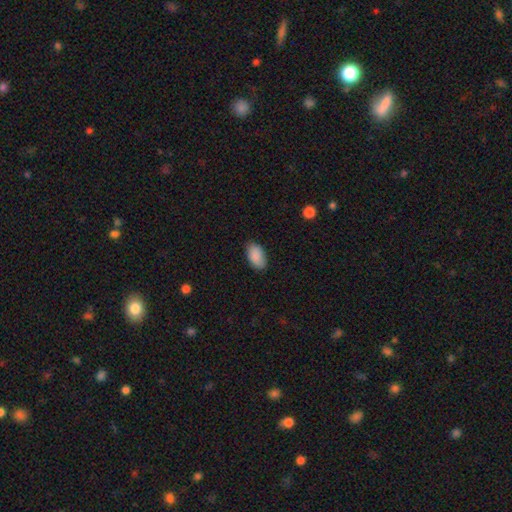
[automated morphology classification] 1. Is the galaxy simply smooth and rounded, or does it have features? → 90% smooth, 7% star or artifact, 4% featured or disk.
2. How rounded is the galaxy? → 94% in between, 4% round, 2% cigar-shaped.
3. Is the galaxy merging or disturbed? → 83% none, 13% minor disturbance, 3% major disturbance, 1% merger.